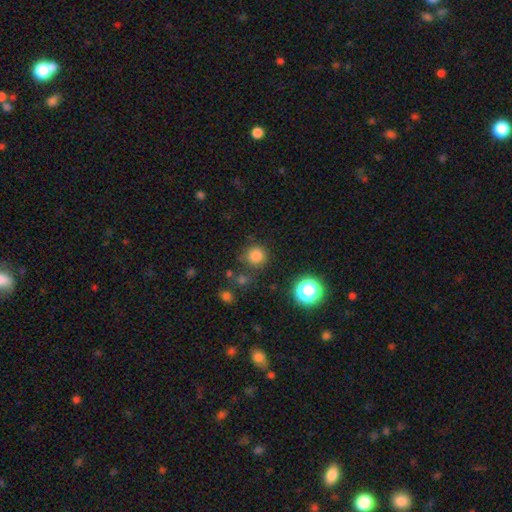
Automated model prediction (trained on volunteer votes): smooth 80%, star or artifact 15%, featured or disk 5%. Down the decision tree: how rounded — round (91%); merging — none (77%).